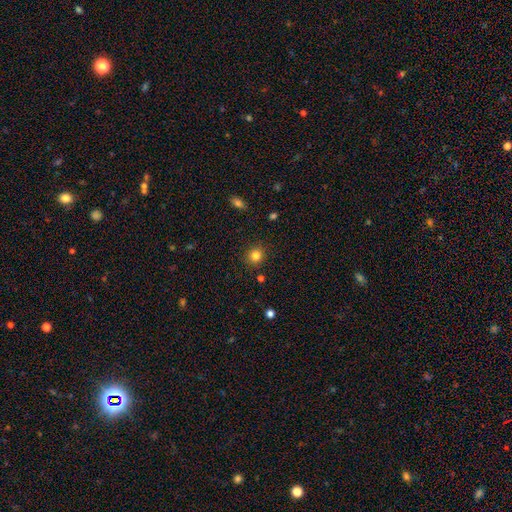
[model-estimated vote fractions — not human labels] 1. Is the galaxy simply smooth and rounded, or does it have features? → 82% smooth, 12% star or artifact, 5% featured or disk.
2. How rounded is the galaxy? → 89% round, 10% in between, 1% cigar-shaped.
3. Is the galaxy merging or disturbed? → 89% none, 7% minor disturbance, 2% major disturbance, 2% merger.